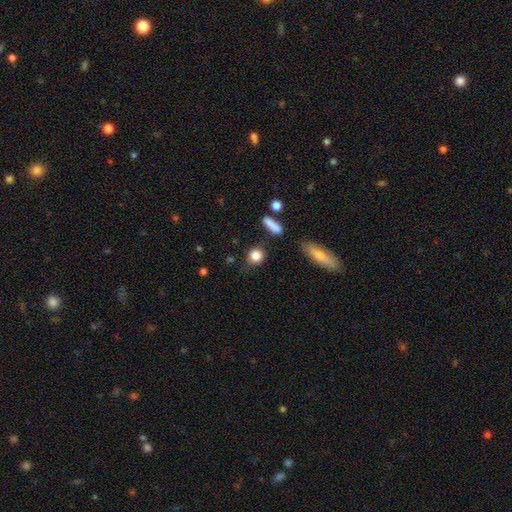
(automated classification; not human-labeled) Smooth or featured?
  - smooth: 84% *
  - star or artifact: 9%
  - featured or disk: 6%
How rounded?
  - round: 77% *
  - in between: 19%
  - cigar-shaped: 4%
Merging?
  - none: 79% *
  - minor disturbance: 13%
  - merger: 4%
  - major disturbance: 4%